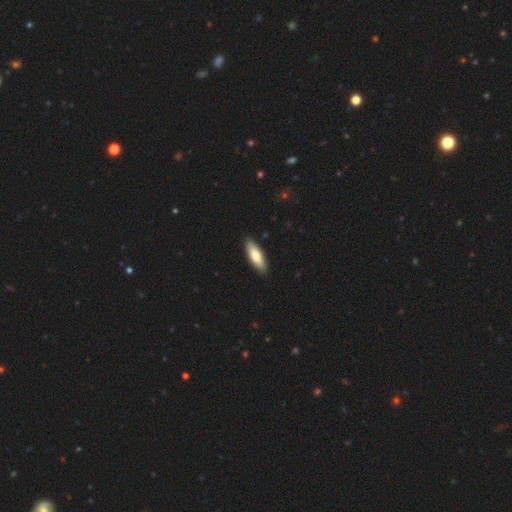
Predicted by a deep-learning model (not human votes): Morphology: type=smooth (72%); roundness=in between (59%); merging=none (90%).